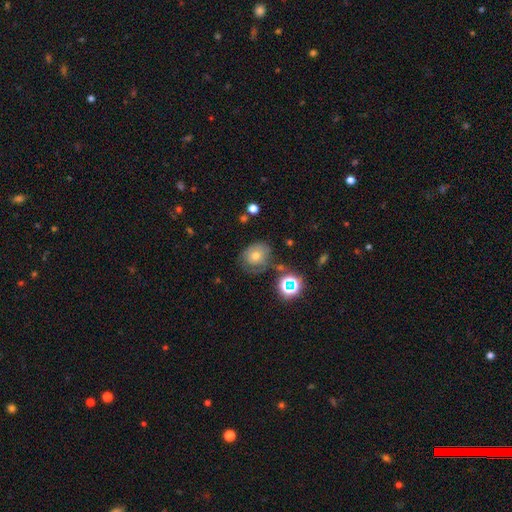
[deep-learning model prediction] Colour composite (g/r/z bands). It shows a smooth galaxy with no disk features (48%). Merging: none (58%).